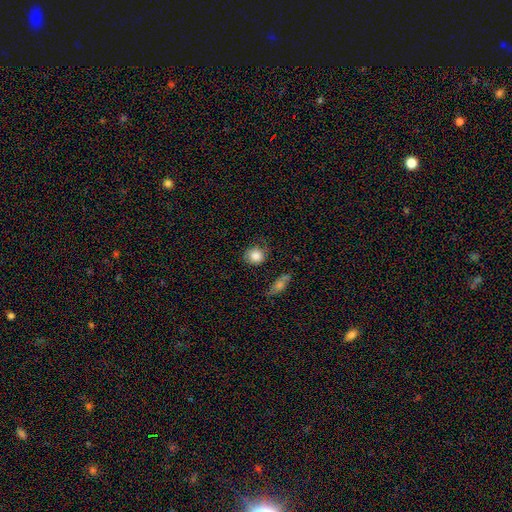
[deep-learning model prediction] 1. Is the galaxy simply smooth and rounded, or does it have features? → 83% smooth, 8% featured or disk, 8% star or artifact.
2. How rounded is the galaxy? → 83% round, 16% in between, 1% cigar-shaped.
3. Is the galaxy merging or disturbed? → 67% none, 22% minor disturbance, 7% major disturbance, 4% merger.